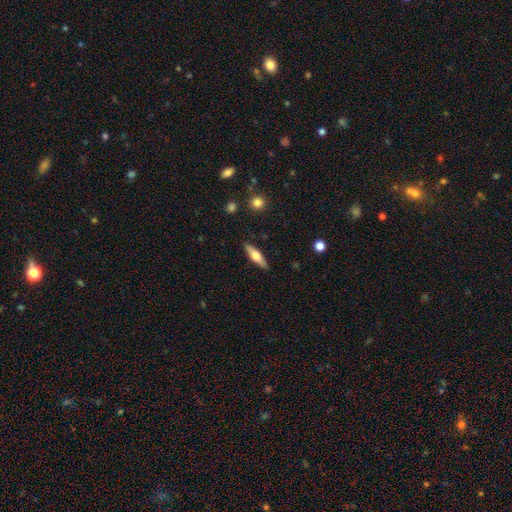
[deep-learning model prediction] This appears to be a featured or disk galaxy (48%). Merging: none (89%).